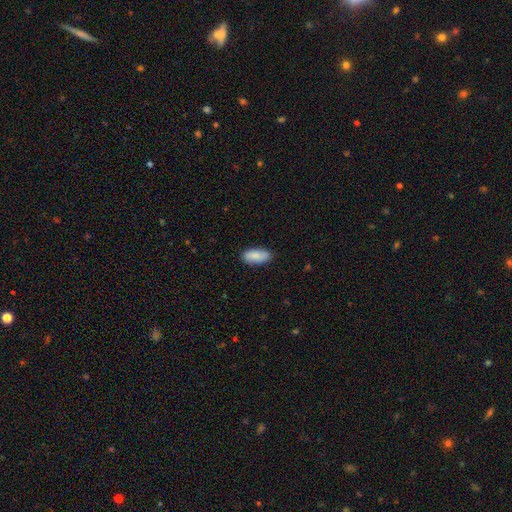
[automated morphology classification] type=smooth (86%); roundness=in between (89%); merging=none (87%).